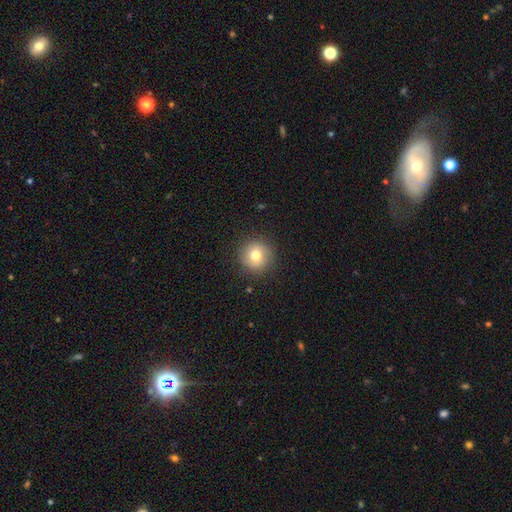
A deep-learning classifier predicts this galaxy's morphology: smooth-or-featured: smooth: 76% | featured or disk: 13% | star or artifact: 11%
  how-rounded: round: 94% | in between: 5% | cigar-shaped: 1%
  merging: none: 89% | minor disturbance: 8% | major disturbance: 2% | merger: 1%